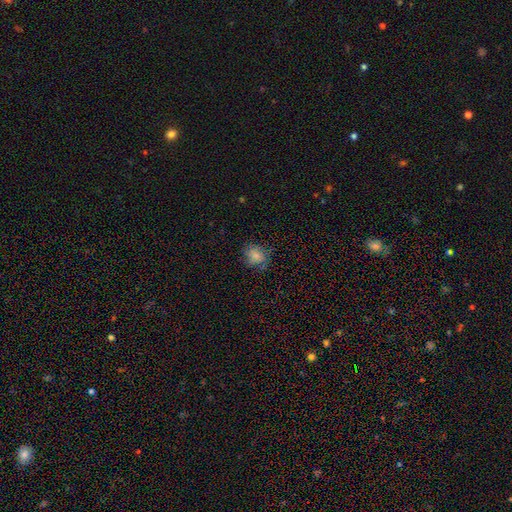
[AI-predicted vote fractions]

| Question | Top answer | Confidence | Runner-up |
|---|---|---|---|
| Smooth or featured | smooth | 73% | featured or disk (14%) |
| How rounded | round | 64% | in between (34%) |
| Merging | none | 68% | minor disturbance (21%) |